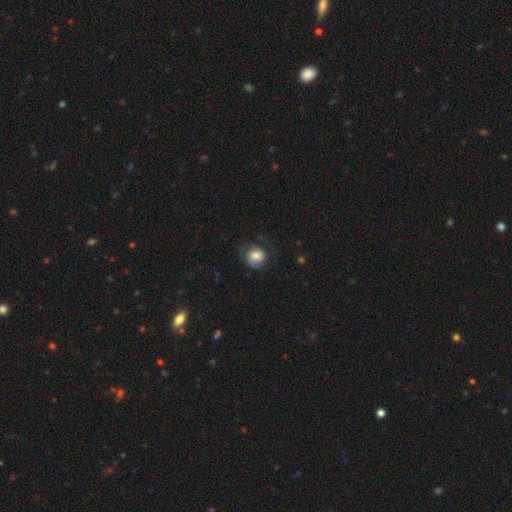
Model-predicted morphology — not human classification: The model was most divided on "merging": none: 57%, minor disturbance: 24%, major disturbance: 17%, merger: 1%. More confident: smooth or featured — smooth (73%); how rounded — round (72%).